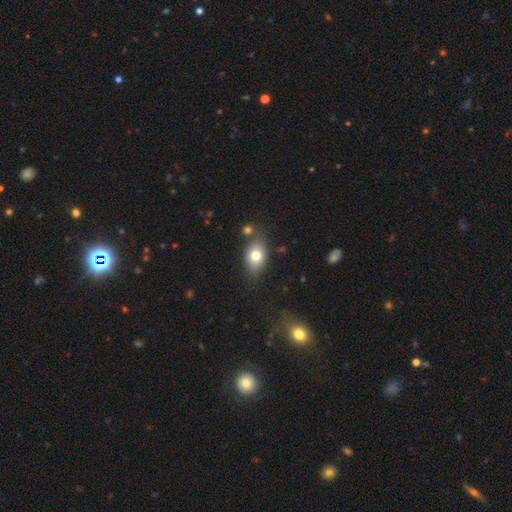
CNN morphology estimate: A smooth galaxy with no disk features (75%) that is in between round and cigar-shaped (76%).

Vote fractions:
- Smooth or featured? smooth: 75% / featured or disk: 15% / star or artifact: 10%
- How rounded? in between: 76% / round: 22% / cigar-shaped: 2%
- Merging? none: 70% / minor disturbance: 17% / merger: 9% / major disturbance: 5%